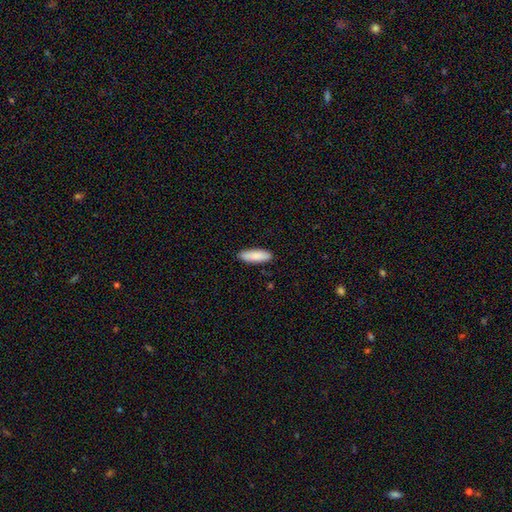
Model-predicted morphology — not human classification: The model was most divided on "how rounded": in between: 56%, cigar-shaped: 43%, round: 2%. More confident: merging — none (89%); smooth or featured — smooth (88%).